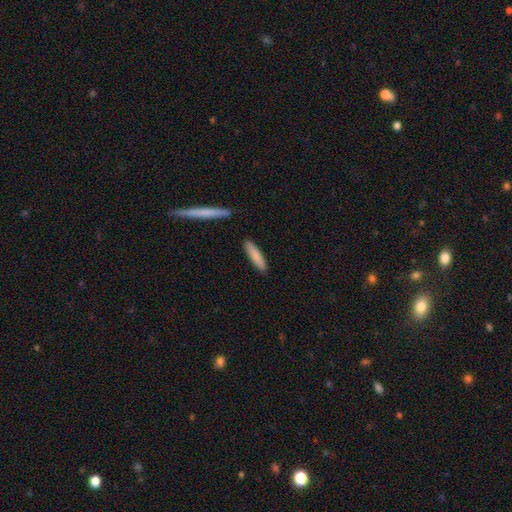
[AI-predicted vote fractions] Smooth or featured?
  - smooth: 82% *
  - featured or disk: 12%
  - star or artifact: 6%
How rounded?
  - cigar-shaped: 74% *
  - in between: 24%
  - round: 1%
Merging?
  - none: 88% *
  - minor disturbance: 8%
  - merger: 2%
  - major disturbance: 2%